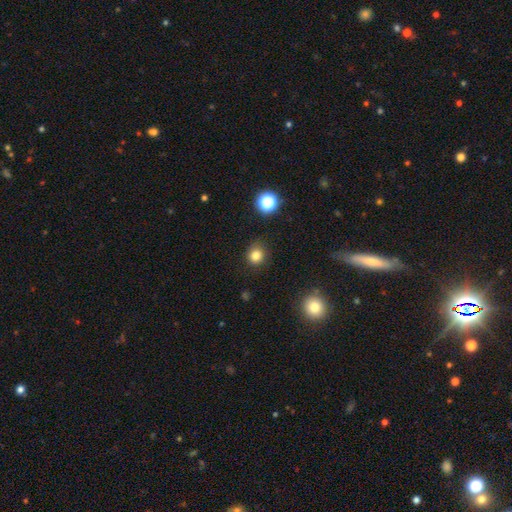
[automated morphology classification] Overall: smooth (82%). How rounded: round (82%). Merging: none (86%).